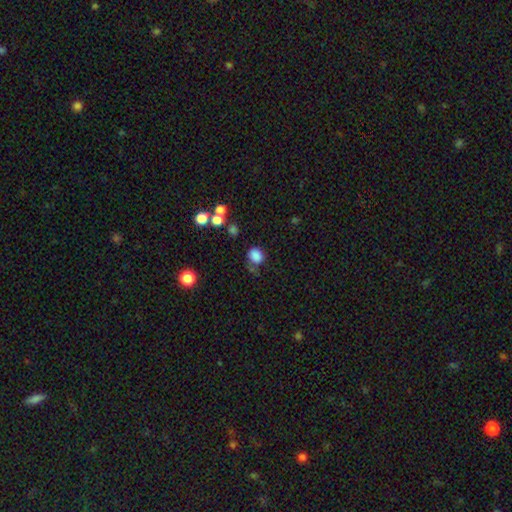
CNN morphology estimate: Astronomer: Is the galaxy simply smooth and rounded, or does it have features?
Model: smooth — 83%.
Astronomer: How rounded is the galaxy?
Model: round — 59% (runner-up: in between, 40%).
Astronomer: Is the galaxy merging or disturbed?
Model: none — 61%.